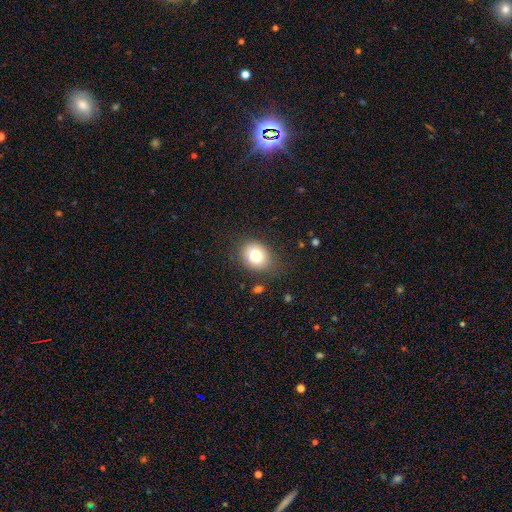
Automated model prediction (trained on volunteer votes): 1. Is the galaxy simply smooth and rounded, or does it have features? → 80% smooth, 10% featured or disk, 10% star or artifact.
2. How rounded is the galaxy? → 50% round, 49% in between, 1% cigar-shaped.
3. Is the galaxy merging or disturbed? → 78% none, 15% minor disturbance, 5% major disturbance, 2% merger.